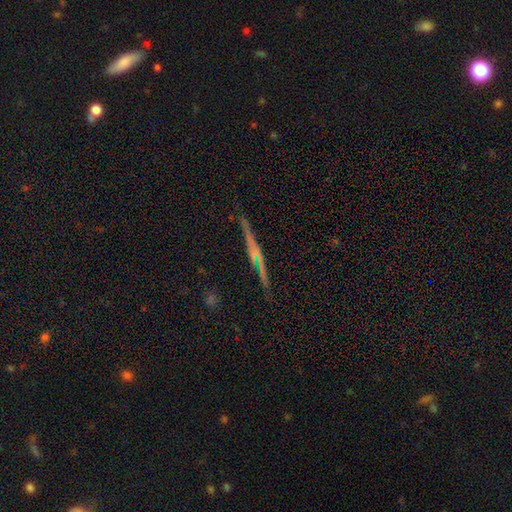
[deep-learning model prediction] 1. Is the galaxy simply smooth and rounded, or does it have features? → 69% featured or disk, 19% smooth, 12% star or artifact.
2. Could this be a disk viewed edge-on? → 96% yes, 4% no.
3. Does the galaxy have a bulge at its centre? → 47% none, 38% rounded, 15% boxy.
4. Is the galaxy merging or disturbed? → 85% none, 10% minor disturbance, 3% merger, 3% major disturbance.